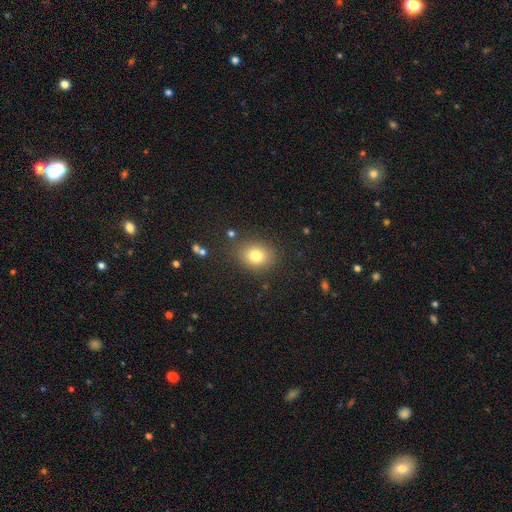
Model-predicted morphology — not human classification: type=smooth (80%); roundness=round (55%); merging=none (82%).